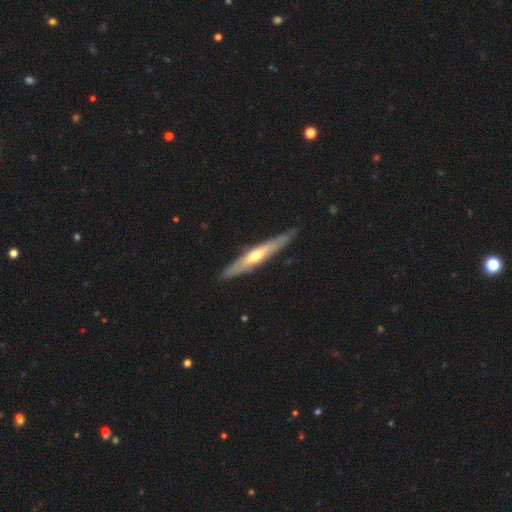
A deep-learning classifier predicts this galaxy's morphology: smooth-or-featured: featured or disk: 64% | smooth: 32% | star or artifact: 5%
  disk-edge-on: yes: 86% | no: 14%
    edge-on-bulge: rounded: 78% | none: 17% | boxy: 5%
  merging: none: 86% | minor disturbance: 11% | major disturbance: 2% | merger: 1%